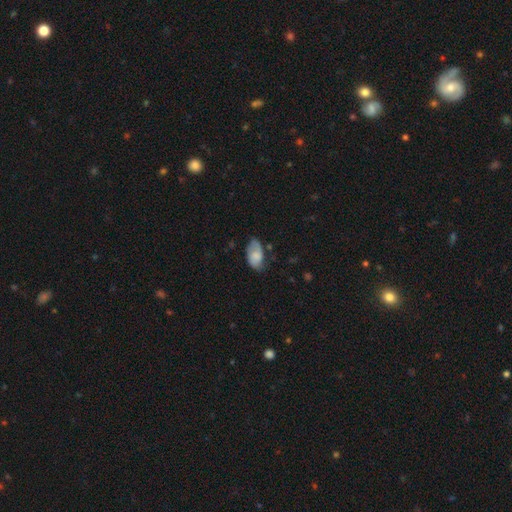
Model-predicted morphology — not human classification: A smooth galaxy with no disk features (66%) that is in between round and cigar-shaped (93%). Merging: none (57%).